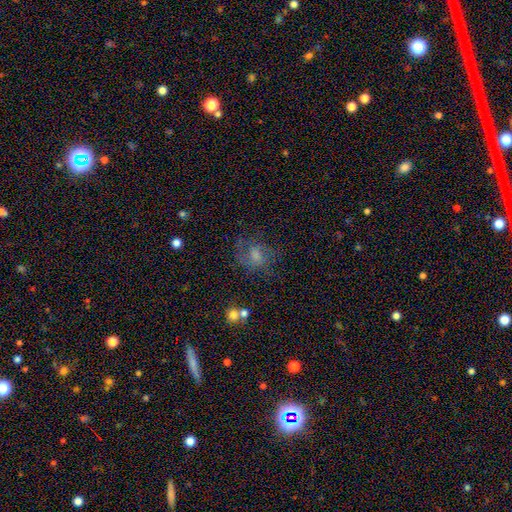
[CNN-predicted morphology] Smooth or featured? Predicted: smooth (p=0.47). Merging? Predicted: none (p=0.49).